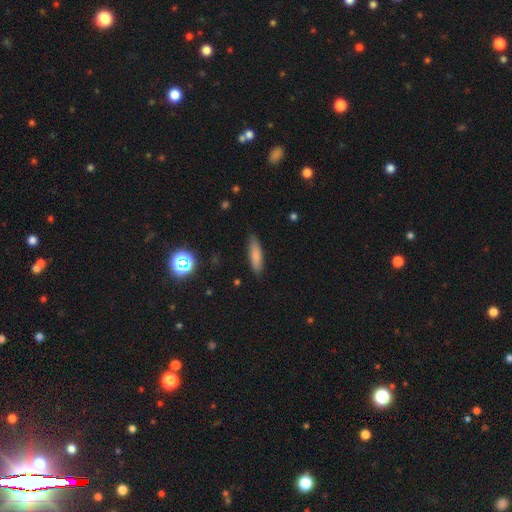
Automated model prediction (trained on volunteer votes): smooth 81%, featured or disk 11%, star or artifact 8%. Down the decision tree: how rounded — cigar-shaped (68%); merging — none (86%).